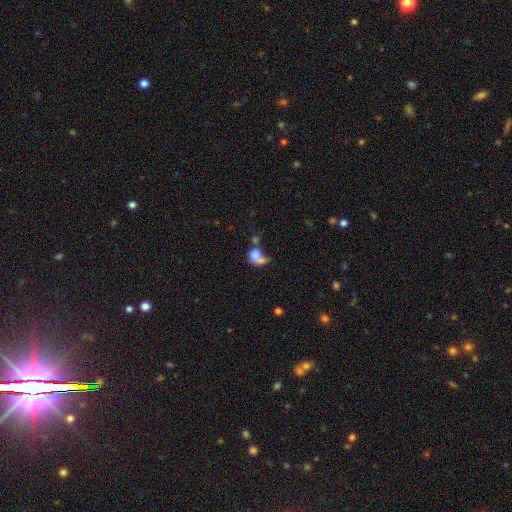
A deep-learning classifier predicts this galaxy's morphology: Smooth or featured?
  - smooth: 66% *
  - featured or disk: 24%
  - star or artifact: 10%
How rounded?
  - round: 52% *
  - in between: 46%
  - cigar-shaped: 2%
Merging?
  - merger: 37% *
  - major disturbance: 28%
  - none: 21%
  - minor disturbance: 15%